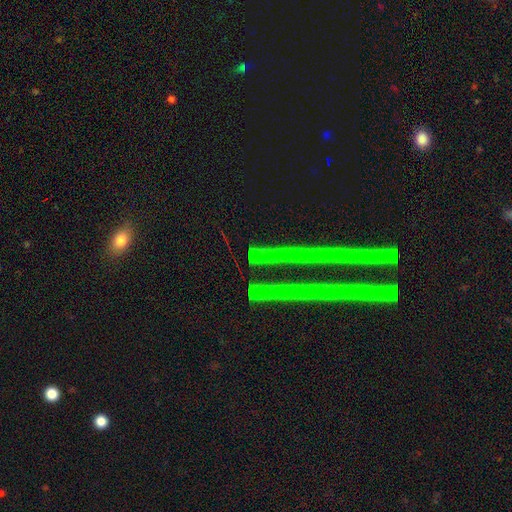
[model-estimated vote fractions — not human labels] smooth_or_featured: star or artifact (p=0.76) [alt: featured or disk p=0.13]